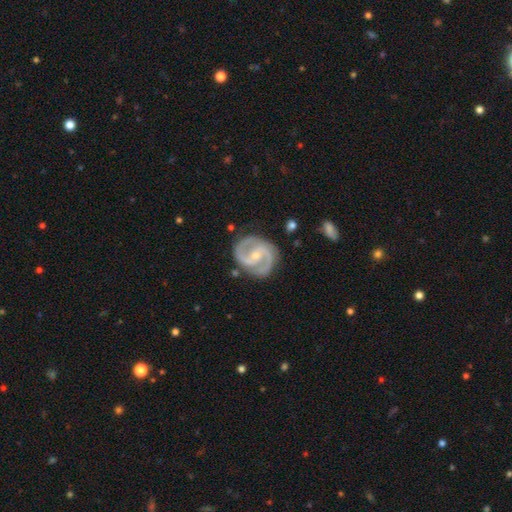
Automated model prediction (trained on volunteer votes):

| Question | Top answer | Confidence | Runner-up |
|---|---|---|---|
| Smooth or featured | featured or disk | 91% | smooth (4%) |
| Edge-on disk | no | 98% | yes (2%) |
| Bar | weak | 42% | no (33%) |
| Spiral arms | yes | 98% | no (2%) |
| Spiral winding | medium | 59% | tight (29%) |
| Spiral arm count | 2 | 92% | 3 (3%) |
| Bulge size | small | 66% | moderate (31%) |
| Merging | none | 81% | minor disturbance (14%) |